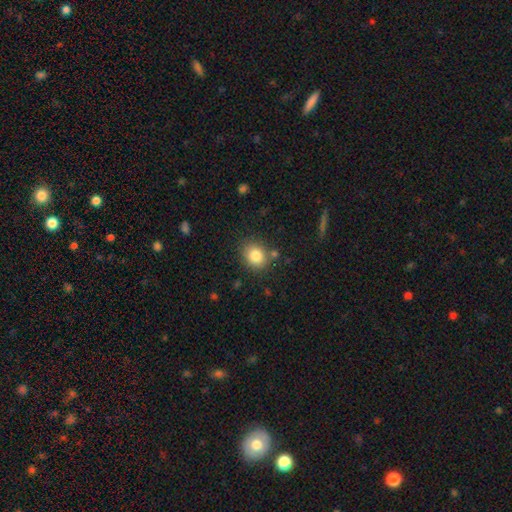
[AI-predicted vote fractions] This appears to be a smooth galaxy with no disk features (83%) that is round (66%). Merging: none (79%).